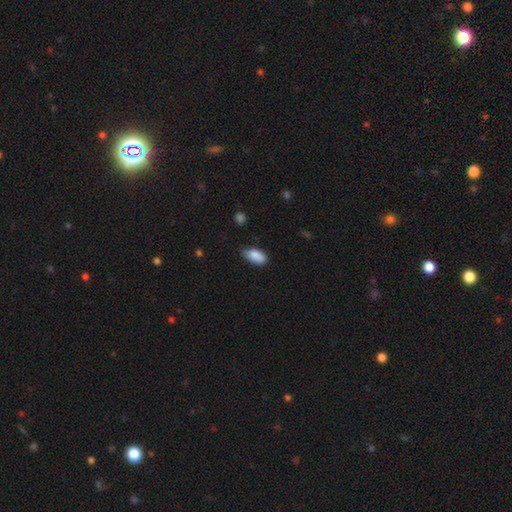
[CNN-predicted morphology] A smooth galaxy with no disk features (89%) that is in between round and cigar-shaped (92%). Merging: none (69%).